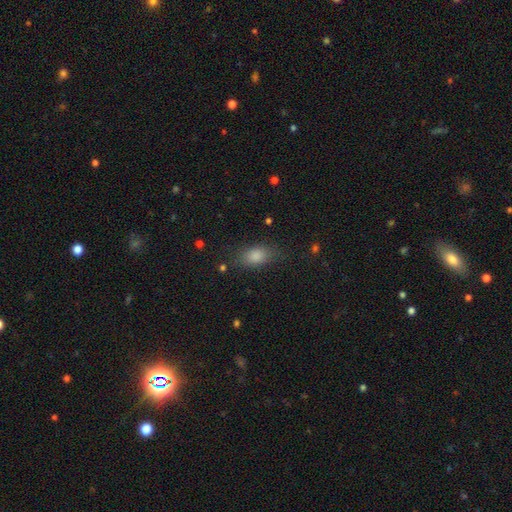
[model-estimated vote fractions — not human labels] Smooth or featured: smooth — 78% (star or artifact — 13%)
How rounded: in between — 81% (round — 10%)
Merging: none — 79% (minor disturbance — 14%)